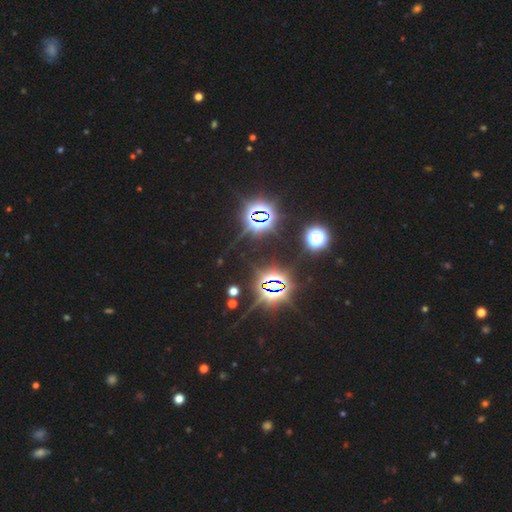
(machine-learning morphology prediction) This appears to be a star or artifact, not a galaxy (83%).